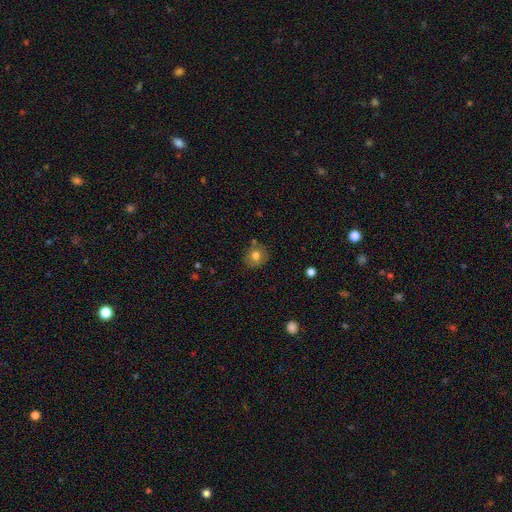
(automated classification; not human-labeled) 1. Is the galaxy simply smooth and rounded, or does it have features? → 76% smooth, 13% featured or disk, 11% star or artifact.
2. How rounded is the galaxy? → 85% round, 14% in between, 1% cigar-shaped.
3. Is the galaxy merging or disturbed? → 81% none, 12% minor disturbance, 4% merger, 3% major disturbance.